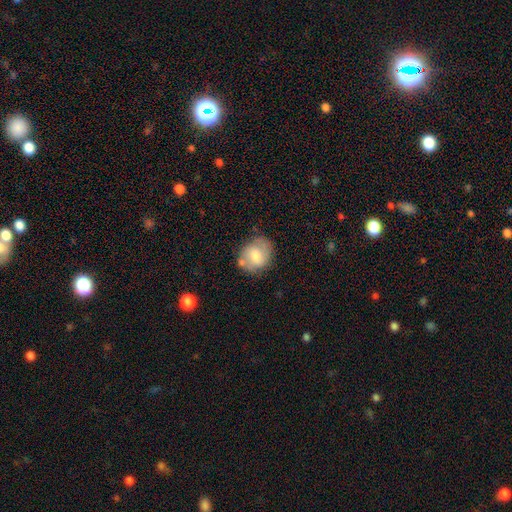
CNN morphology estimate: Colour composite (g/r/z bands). It shows a smooth galaxy with no disk features (51%) that is round (61%). Merging: none (66%).